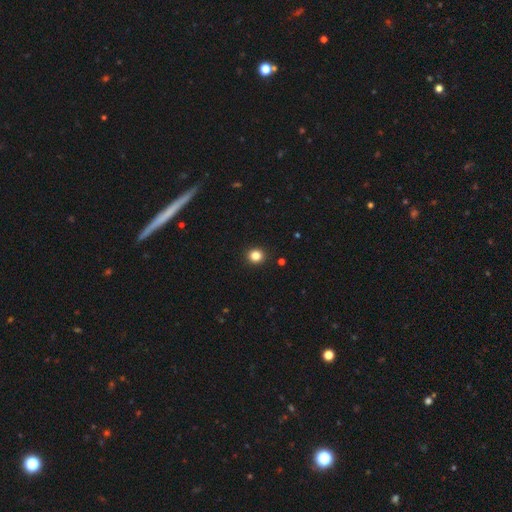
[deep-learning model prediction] Smooth or featured: smooth — 84% (star or artifact — 12%)
How rounded: round — 91% (in between — 8%)
Merging: none — 93% (minor disturbance — 4%)